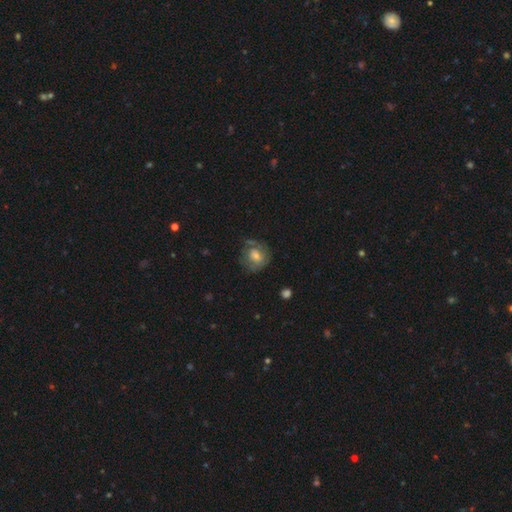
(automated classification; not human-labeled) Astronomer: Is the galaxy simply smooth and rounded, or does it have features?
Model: smooth — 46% (runner-up: featured or disk, 44%).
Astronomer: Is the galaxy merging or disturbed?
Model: none — 58%.